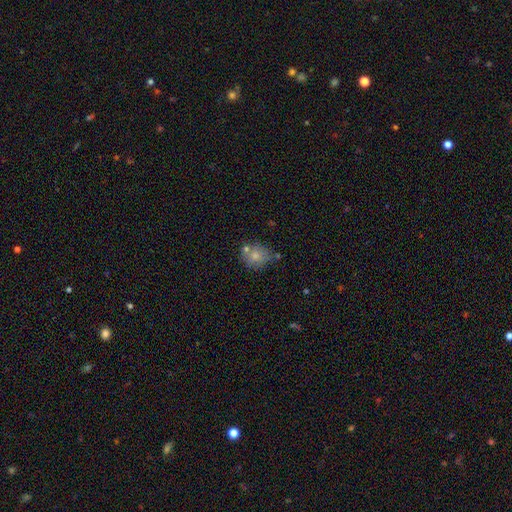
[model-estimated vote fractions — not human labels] A smooth galaxy with no disk features (73%) that is round (73%). Merging: none (56%).